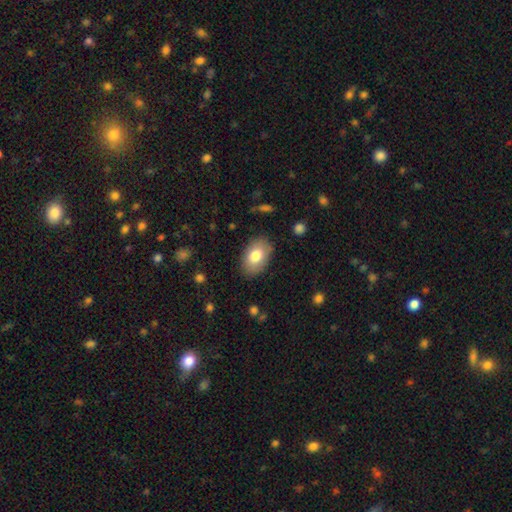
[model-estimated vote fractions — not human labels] This is likely a smooth galaxy (79%). How rounded: clearly in between (88%). Merging: clearly none (84%).